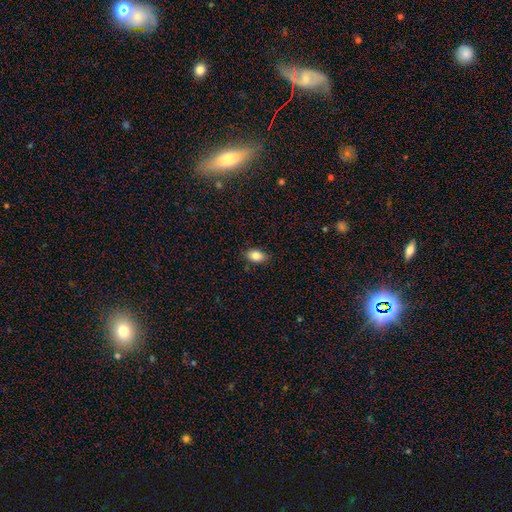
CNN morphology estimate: This is clearly a smooth galaxy (84%). How rounded: clearly in between (88%). Merging: clearly none (86%).